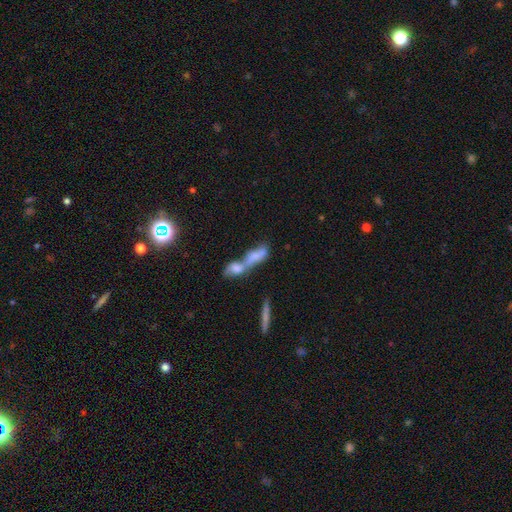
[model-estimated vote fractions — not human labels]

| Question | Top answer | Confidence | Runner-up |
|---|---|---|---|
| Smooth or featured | smooth | 59% | featured or disk (30%) |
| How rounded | in between | 56% | cigar-shaped (36%) |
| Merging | merger | 76% | none (11%) |